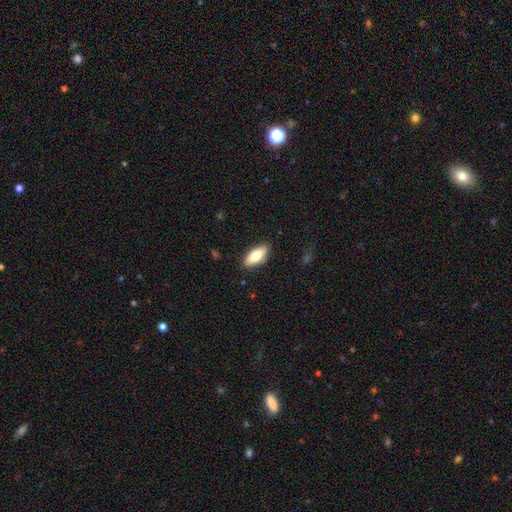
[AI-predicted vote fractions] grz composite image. It shows a smooth galaxy with no disk features (71%) that is in between round and cigar-shaped (77%). Merging: none (86%).